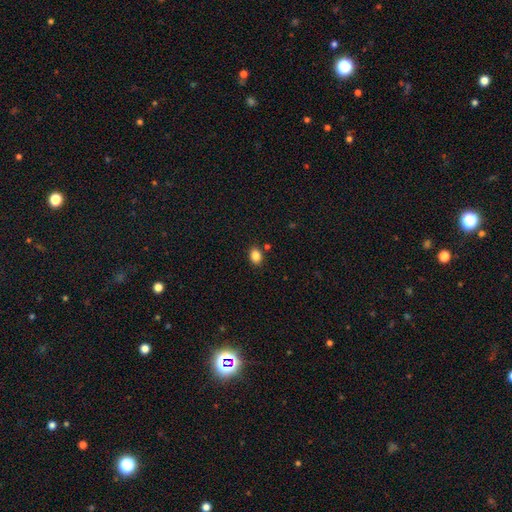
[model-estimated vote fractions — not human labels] smooth-or-featured: smooth: 86% | star or artifact: 10% | featured or disk: 4%
  how-rounded: in between: 68% | round: 31% | cigar-shaped: 1%
  merging: none: 84% | minor disturbance: 9% | merger: 4% | major disturbance: 2%